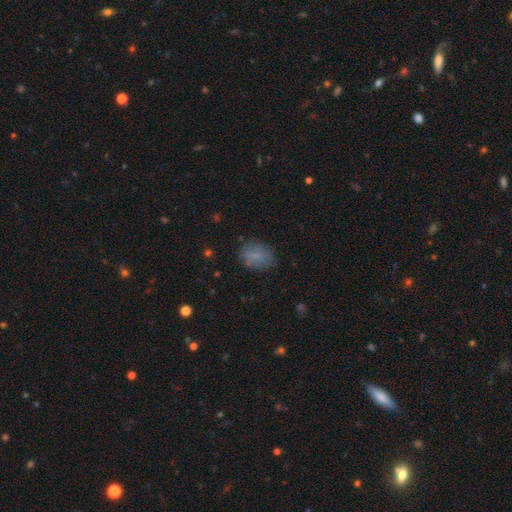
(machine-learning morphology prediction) The model was most divided on "how rounded": in between: 69%, round: 29%, cigar-shaped: 2%. More confident: smooth or featured — smooth (76%); merging — none (73%).